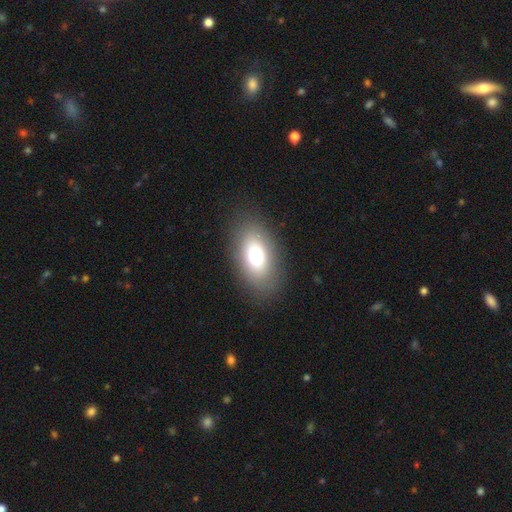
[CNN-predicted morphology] Overall: smooth (75%). How rounded: in between (90%). Merging: none (84%).